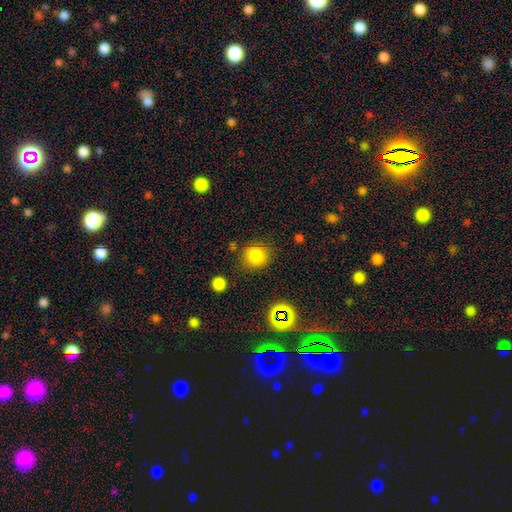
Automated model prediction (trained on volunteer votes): Morphology: type=smooth (81%); roundness=round (85%); merging=none (81%).